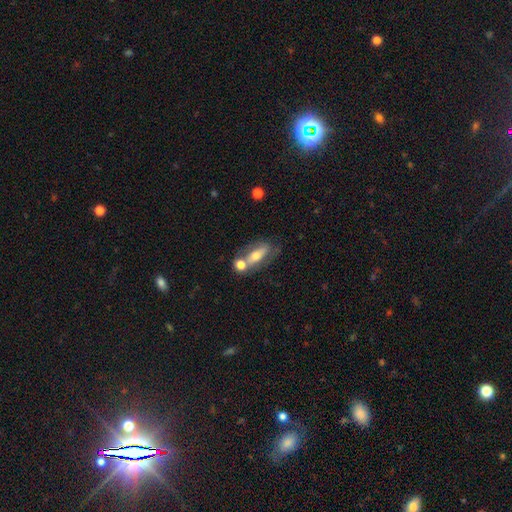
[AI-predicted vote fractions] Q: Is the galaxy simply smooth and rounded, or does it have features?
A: smooth — 51%.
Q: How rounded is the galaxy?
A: in between — 64%.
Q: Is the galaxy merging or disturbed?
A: none — 44%.